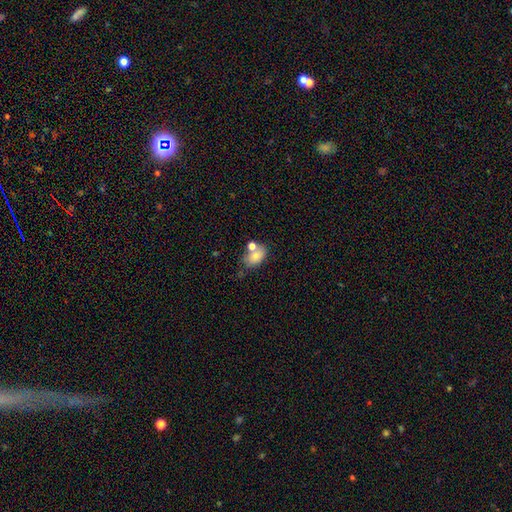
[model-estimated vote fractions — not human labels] smooth-or-featured: smooth: 73% | featured or disk: 18% | star or artifact: 9%
  how-rounded: in between: 84% | round: 14% | cigar-shaped: 2%
  merging: none: 48% | merger: 29% | minor disturbance: 17% | major disturbance: 6%